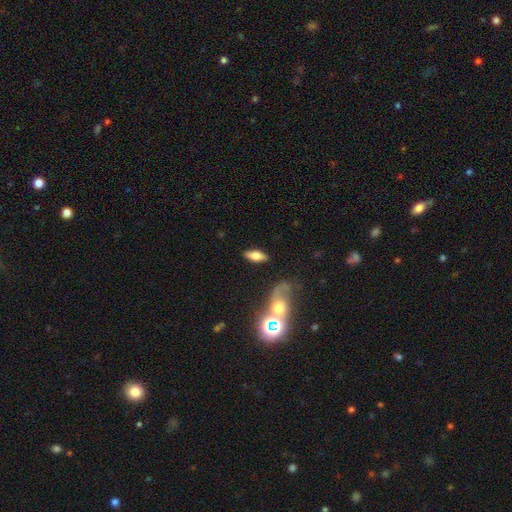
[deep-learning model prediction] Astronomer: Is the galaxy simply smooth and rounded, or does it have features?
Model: smooth — 62%.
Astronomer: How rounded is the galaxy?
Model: in between — 72%.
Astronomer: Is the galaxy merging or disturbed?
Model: none — 82%.